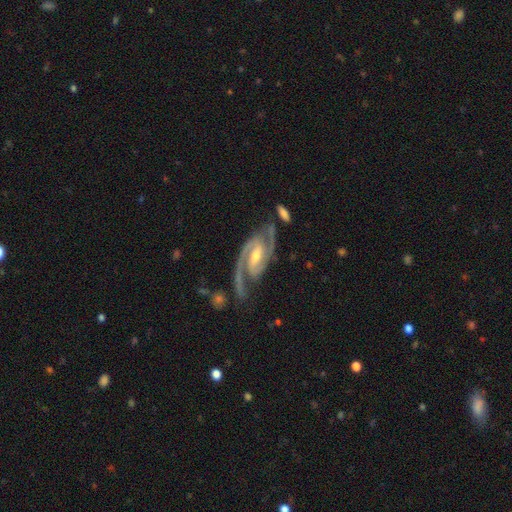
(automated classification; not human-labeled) featured or disk 93%, star or artifact 4%, smooth 3%. Down the decision tree: edge-on disk — no (97%); bar — weak (42%); spiral arms — yes (99%); spiral arm count — 2 (91%); spiral winding — medium (53%); bulge size — moderate (55%); merging — none (73%).